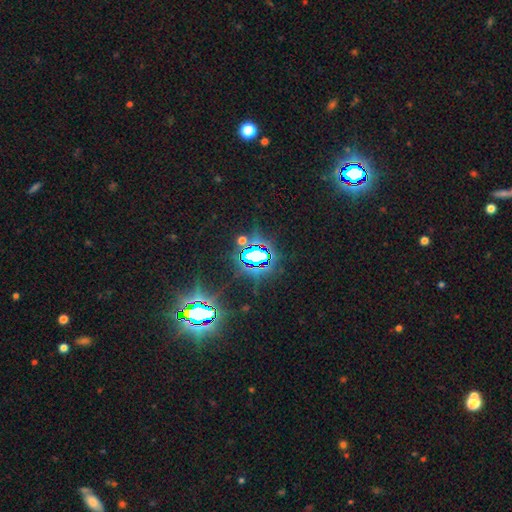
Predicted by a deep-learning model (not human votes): Smooth or featured? Predicted: star or artifact (p=0.78).